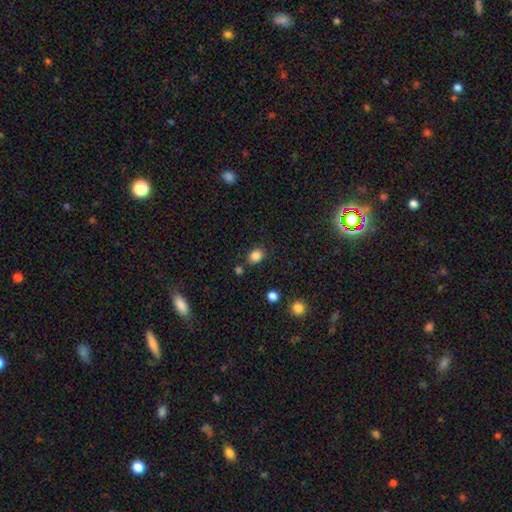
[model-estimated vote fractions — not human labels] Q: Smooth or featured?
A: smooth (84%); runner-up: star or artifact (11%)
Q: How rounded?
A: round (51%); runner-up: in between (48%)
Q: Merging?
A: none (80%); runner-up: minor disturbance (12%)